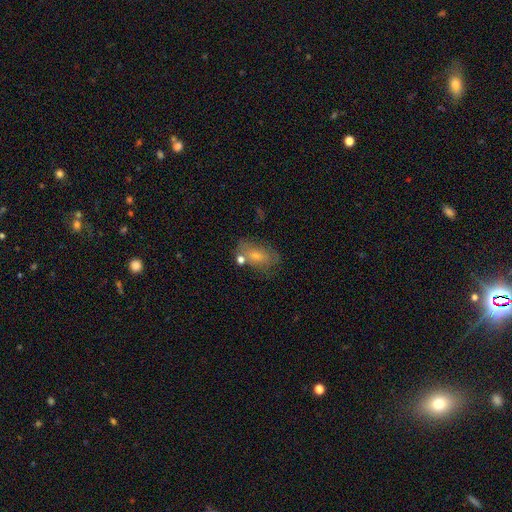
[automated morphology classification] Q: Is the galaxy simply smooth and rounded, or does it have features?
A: smooth — 53%.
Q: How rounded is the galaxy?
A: in between — 81%.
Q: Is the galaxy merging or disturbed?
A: none — 62%.